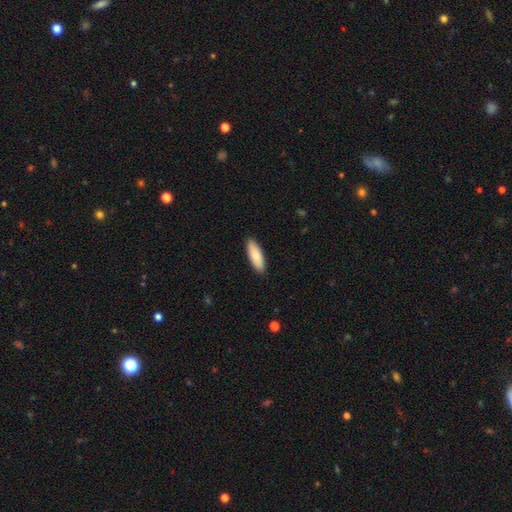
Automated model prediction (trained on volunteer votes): A smooth galaxy with no disk features (85%) that is in between round and cigar-shaped (58%). Merging: none (90%).